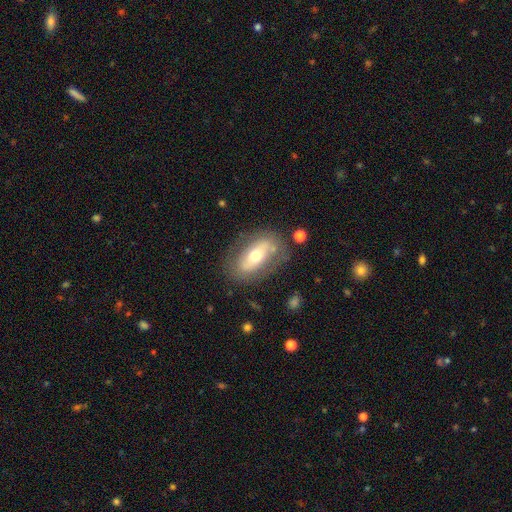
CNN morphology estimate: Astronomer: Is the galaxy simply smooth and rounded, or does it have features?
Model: featured or disk — 53% (runner-up: smooth, 40%).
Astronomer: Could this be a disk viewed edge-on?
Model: no — 81%.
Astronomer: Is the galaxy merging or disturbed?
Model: none — 73%.